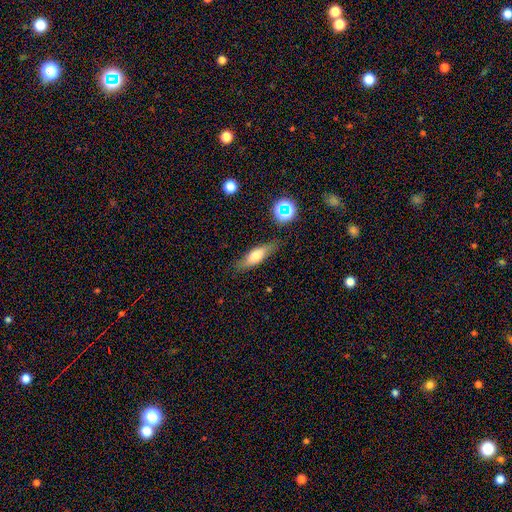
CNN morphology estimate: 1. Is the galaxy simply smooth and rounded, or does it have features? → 61% smooth, 30% featured or disk, 9% star or artifact.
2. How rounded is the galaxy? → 50% in between, 46% cigar-shaped, 4% round.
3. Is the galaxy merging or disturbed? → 78% none, 16% minor disturbance, 4% major disturbance, 3% merger.